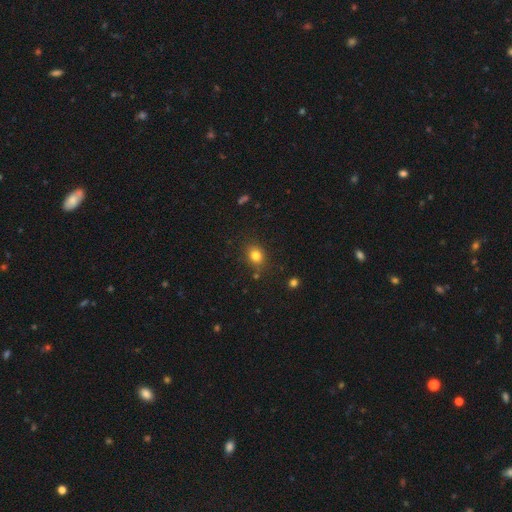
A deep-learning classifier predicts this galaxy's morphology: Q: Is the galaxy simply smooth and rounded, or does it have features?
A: smooth — 81%.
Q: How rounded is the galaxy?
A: round — 58%.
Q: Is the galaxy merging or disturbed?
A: none — 82%.